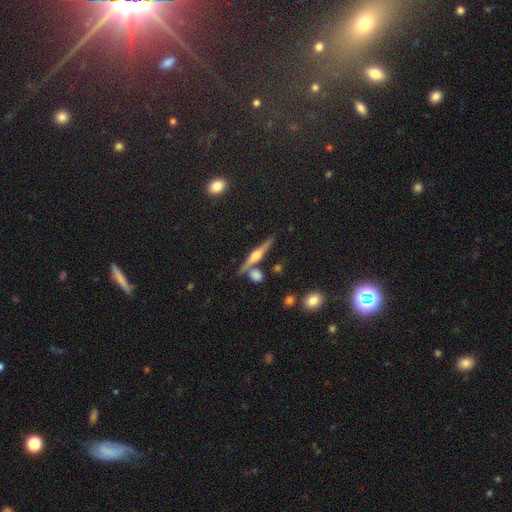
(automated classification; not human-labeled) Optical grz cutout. It shows a featured or disk galaxy (76%) viewed edge-on (97%) with a rounded central bulge (86%). Merging: none (79%).